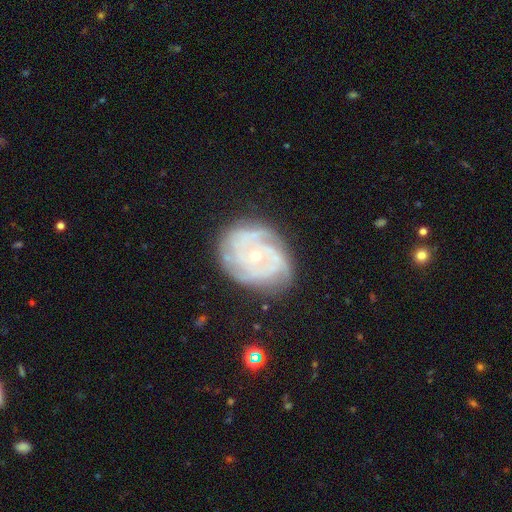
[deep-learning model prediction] smooth-or-featured: featured or disk: 82% | smooth: 11% | star or artifact: 7%
  disk-edge-on: no: 97% | yes: 3%
    bar: no: 77% | weak: 19% | strong: 4%
    has-spiral-arms: yes: 92% | no: 8%
      spiral-winding: tight: 65% | medium: 28% | loose: 7%
      spiral-arm-count: can't tell: 31% | 3: 24% | 2: 19% | 4: 14% | more than 4: 6% | 1: 6%
    bulge-size: small: 74% | moderate: 22% | none: 2% | large: 1% | dominant: 1%
  merging: none: 72% | minor disturbance: 19% | major disturbance: 8% | merger: 2%